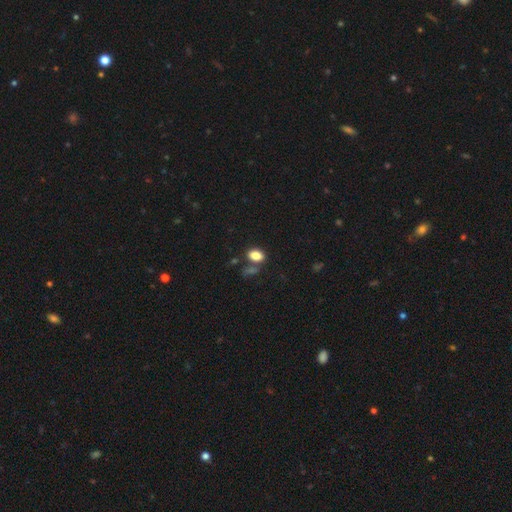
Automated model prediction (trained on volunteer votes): Q: Smooth or featured?
A: smooth (83%); runner-up: star or artifact (10%)
Q: How rounded?
A: in between (82%); runner-up: round (17%)
Q: Merging?
A: none (64%); runner-up: merger (17%)